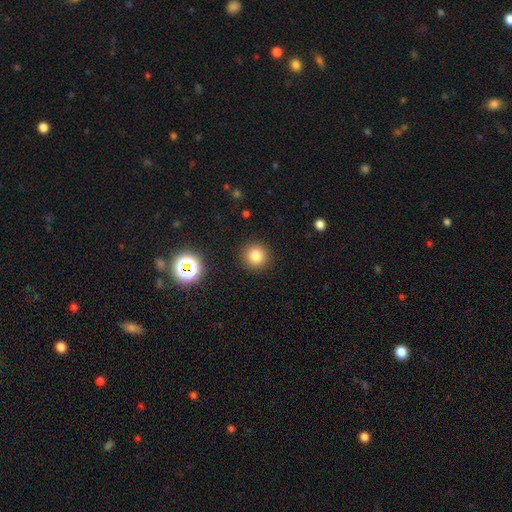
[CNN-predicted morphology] smooth 80%, star or artifact 14%, featured or disk 6%. Down the decision tree: how rounded — round (94%); merging — none (90%).